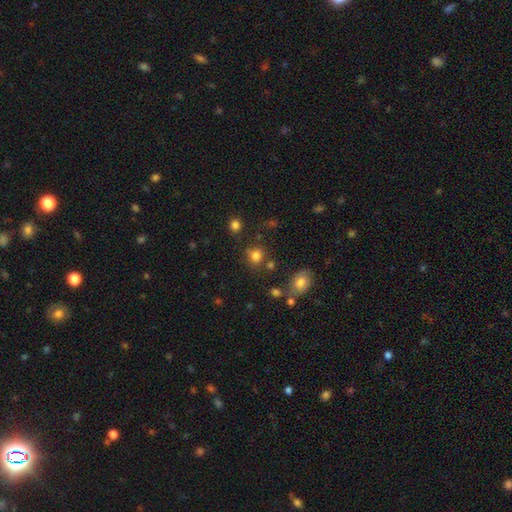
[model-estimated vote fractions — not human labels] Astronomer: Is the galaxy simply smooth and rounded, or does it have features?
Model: smooth — 79%.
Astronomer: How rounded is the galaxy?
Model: round — 78%.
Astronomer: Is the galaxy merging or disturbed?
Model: none — 72%.